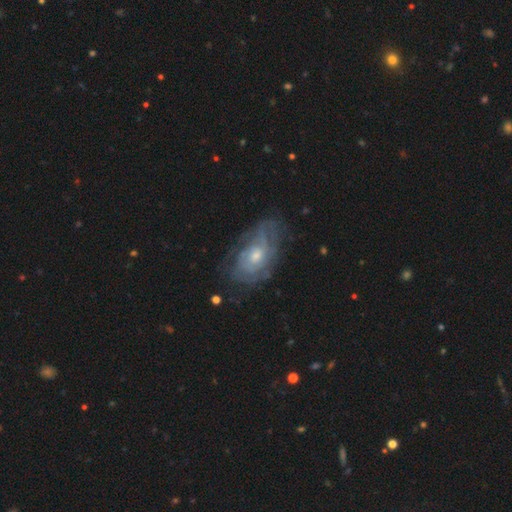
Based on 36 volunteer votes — smooth-or-featured: featured or disk: 69% | smooth: 28% | star or artifact: 3%
  disk-edge-on: no: 96% | yes: 4%
    bar: no: 79% | weak: 21% | strong: 0%
    has-spiral-arms: yes: 75% | no: 25%
      spiral-winding: tight: 67% | medium: 28% | loose: 6%
      spiral-arm-count: can't tell: 61% | 3: 17% | 1: 11% | 2: 6% | more than 4: 6% | 4: 0%
    bulge-size: moderate: 58% | small: 38% | large: 4% | dominant: 0% | none: 0%
  merging: none: 40% | major disturbance: 31% | minor disturbance: 26% | merger: 3%